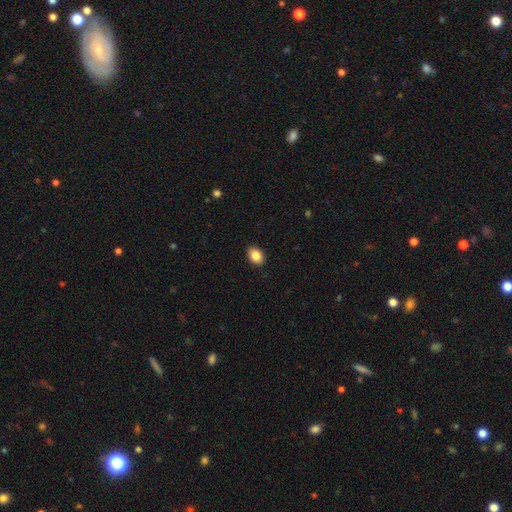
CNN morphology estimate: smooth_or_featured: smooth (p=0.86) [alt: star or artifact p=0.08]
how_rounded: in between (p=0.77) [alt: round p=0.22]
merging: none (p=0.90) [alt: minor disturbance p=0.07]